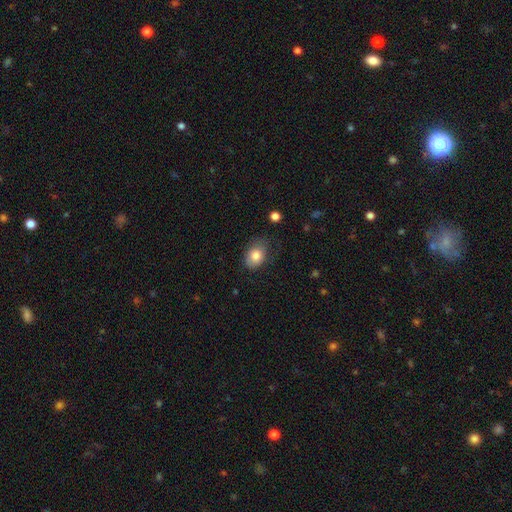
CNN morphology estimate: The model was most divided on "merging": none: 61%, minor disturbance: 28%, major disturbance: 9%, merger: 2%. More confident: smooth or featured — smooth (82%); how rounded — in between (70%).